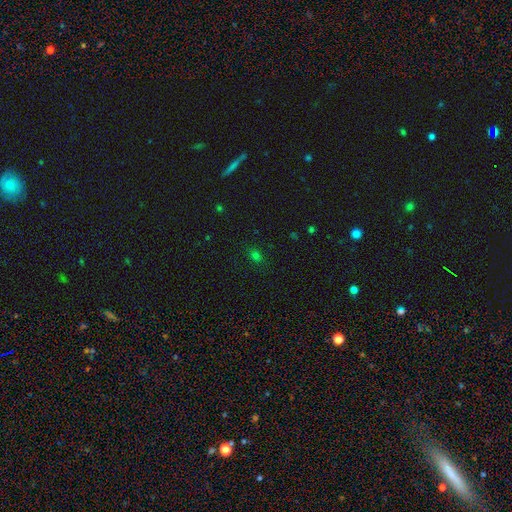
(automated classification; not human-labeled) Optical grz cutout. It shows a smooth galaxy with no disk features (72%) that is in between round and cigar-shaped (59%). Merging: none (84%).